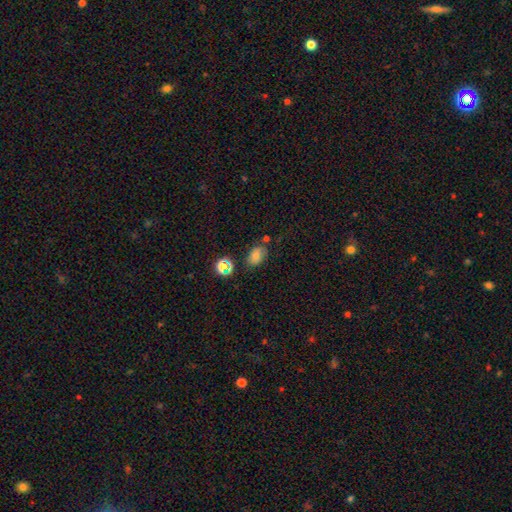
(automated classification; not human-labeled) smooth_or_featured: smooth (p=0.66) [alt: star or artifact p=0.18]
how_rounded: in between (p=0.77) [alt: round p=0.22]
merging: none (p=0.67) [alt: minor disturbance p=0.20]